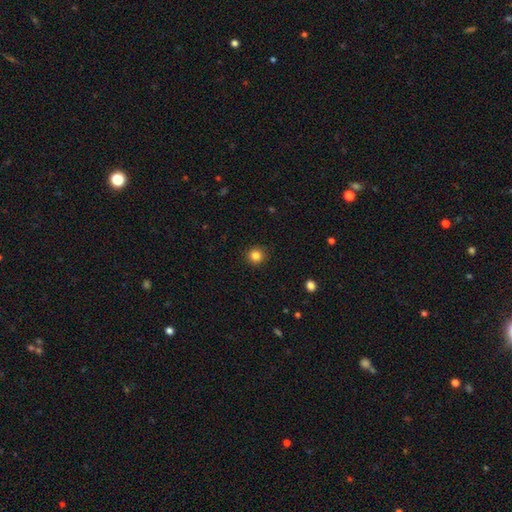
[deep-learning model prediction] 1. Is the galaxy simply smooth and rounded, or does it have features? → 84% smooth, 12% star or artifact, 5% featured or disk.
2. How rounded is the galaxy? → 94% round, 5% in between, 1% cigar-shaped.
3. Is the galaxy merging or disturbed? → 91% none, 6% minor disturbance, 2% major disturbance, 1% merger.